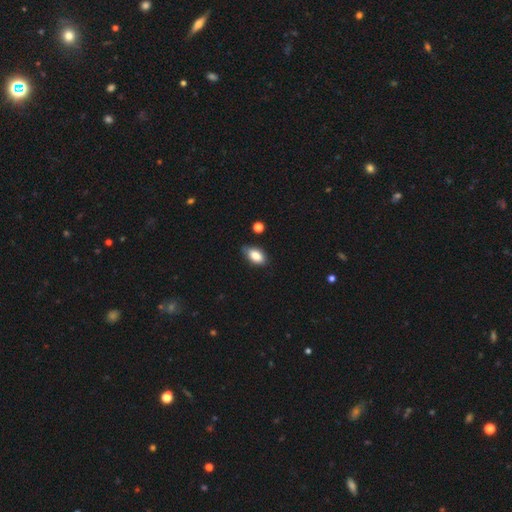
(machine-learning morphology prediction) Overall: smooth (83%). How rounded: in between (91%). Merging: none (71%).